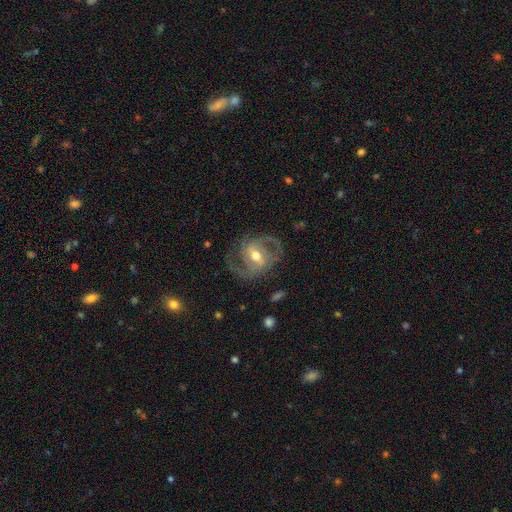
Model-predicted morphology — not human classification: Smooth or featured: featured or disk — 88% (smooth — 7%)
Edge-on disk: no — 97% (yes — 3%)
Bar: weak — 47% (strong — 31%)
Spiral arms: yes — 94% (no — 6%)
Spiral winding: medium — 53% (tight — 27%)
Spiral arm count: 2 — 81% (3 — 7%)
Bulge size: moderate — 75% (small — 16%)
Merging: none — 72% (minor disturbance — 16%)